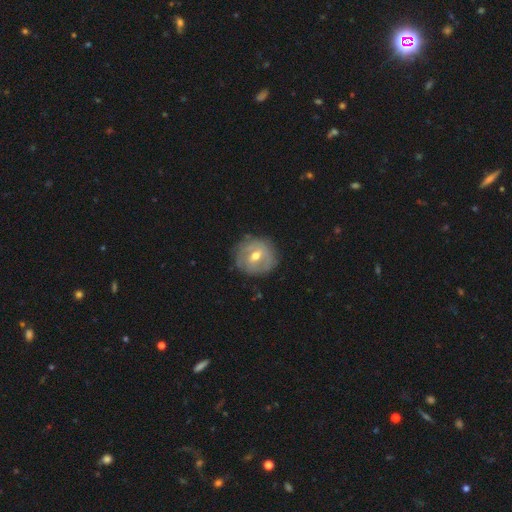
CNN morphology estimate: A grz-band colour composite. It shows a featured or disk galaxy (60%) with a weak bar (52%), spiral arms (51%) and a moderate central bulge (74%). Merging: none (77%).